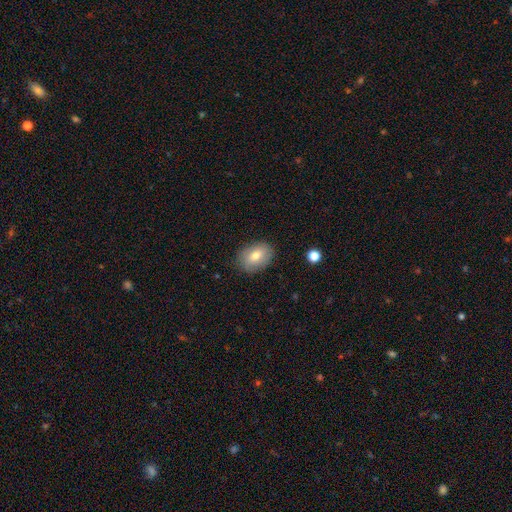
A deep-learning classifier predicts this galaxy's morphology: Smooth or featured?
  - smooth: 71% *
  - featured or disk: 21%
  - star or artifact: 8%
How rounded?
  - in between: 81% *
  - round: 18%
  - cigar-shaped: 1%
Merging?
  - none: 83% *
  - minor disturbance: 13%
  - major disturbance: 3%
  - merger: 1%